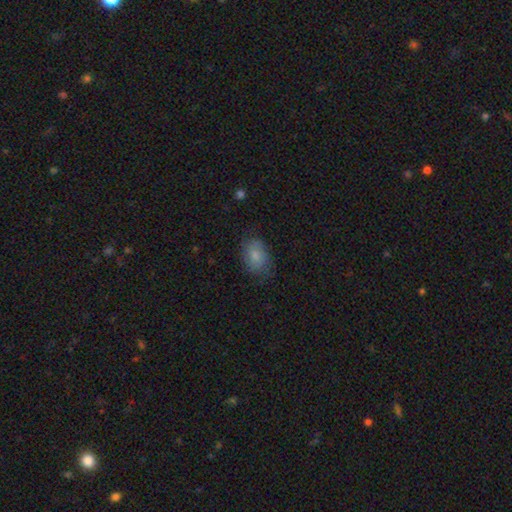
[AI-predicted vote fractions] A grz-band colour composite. It shows a smooth galaxy with no disk features (80%) that is in between round and cigar-shaped (81%). Merging: none (71%).